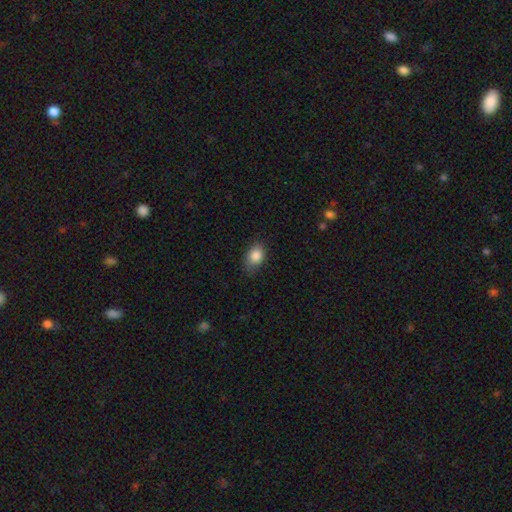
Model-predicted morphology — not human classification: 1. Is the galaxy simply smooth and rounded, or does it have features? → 85% smooth, 9% star or artifact, 6% featured or disk.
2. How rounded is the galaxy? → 77% in between, 22% round, 1% cigar-shaped.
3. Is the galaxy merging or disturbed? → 74% none, 21% minor disturbance, 4% major disturbance, 1% merger.